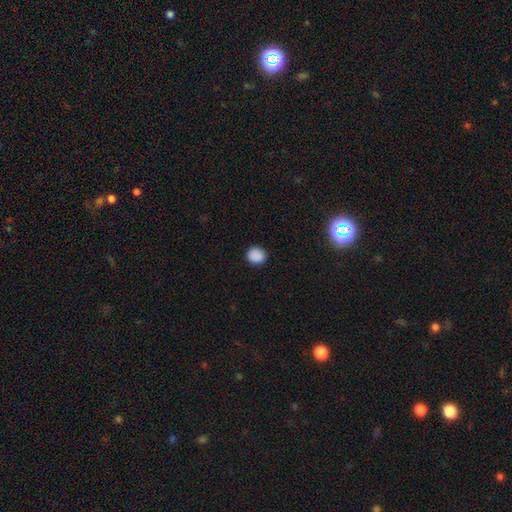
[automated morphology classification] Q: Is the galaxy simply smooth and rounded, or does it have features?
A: smooth — 88%.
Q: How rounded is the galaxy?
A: round — 83%.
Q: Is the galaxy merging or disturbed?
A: none — 90%.